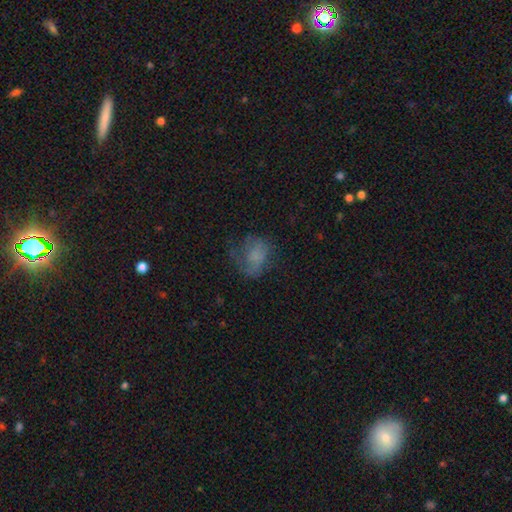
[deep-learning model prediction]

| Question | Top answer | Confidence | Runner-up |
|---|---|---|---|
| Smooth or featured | smooth | 56% | featured or disk (30%) |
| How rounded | in between | 52% | round (46%) |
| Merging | none | 41% | major disturbance (32%) |